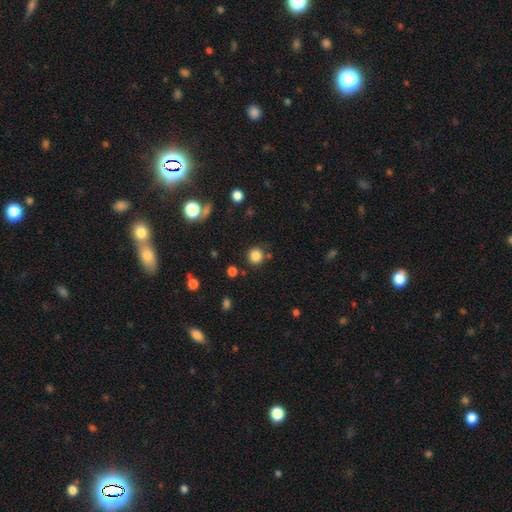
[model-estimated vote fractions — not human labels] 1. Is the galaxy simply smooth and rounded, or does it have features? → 84% smooth, 12% star or artifact, 4% featured or disk.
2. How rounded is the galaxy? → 92% round, 7% in between, 1% cigar-shaped.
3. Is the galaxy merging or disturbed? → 83% none, 9% minor disturbance, 5% merger, 3% major disturbance.